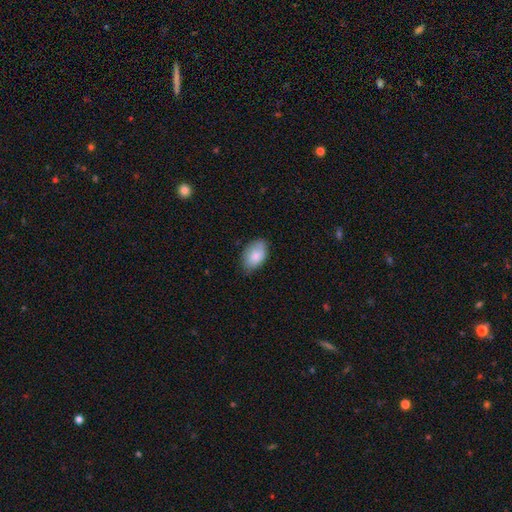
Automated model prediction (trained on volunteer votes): Smooth or featured: smooth — 84% (featured or disk — 9%)
How rounded: in between — 92% (round — 7%)
Merging: none — 69% (minor disturbance — 26%)